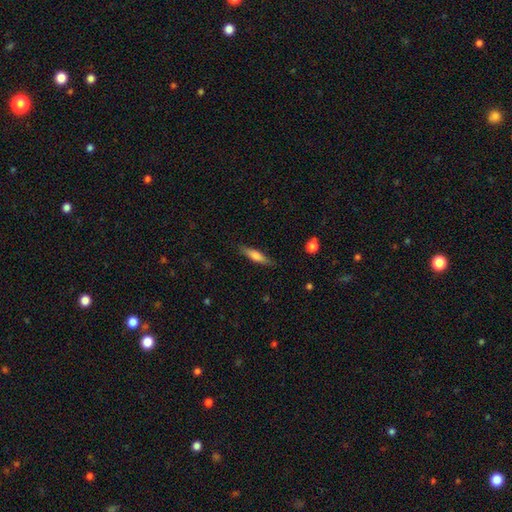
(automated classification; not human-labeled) Smooth or featured: smooth — 64% (featured or disk — 30%)
How rounded: cigar-shaped — 76% (in between — 22%)
Merging: none — 84% (minor disturbance — 12%)